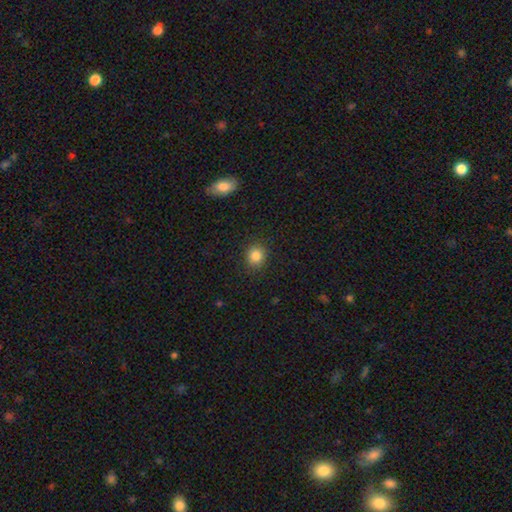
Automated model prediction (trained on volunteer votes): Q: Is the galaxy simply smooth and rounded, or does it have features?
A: smooth — 84%.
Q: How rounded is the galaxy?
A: round — 80%.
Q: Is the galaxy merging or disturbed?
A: none — 88%.